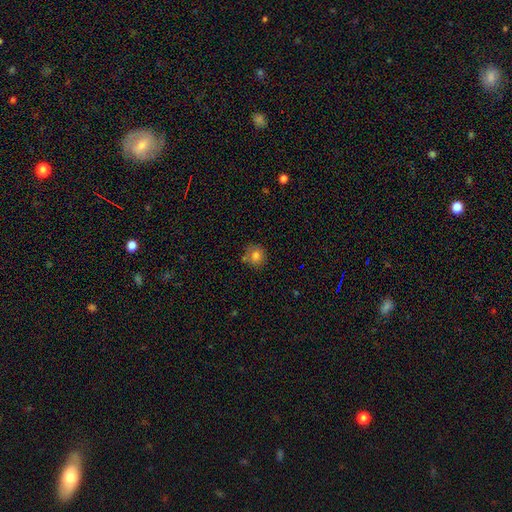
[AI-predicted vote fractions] This appears to be a smooth galaxy with no disk features (79%) that is round (84%). Merging: none (68%).